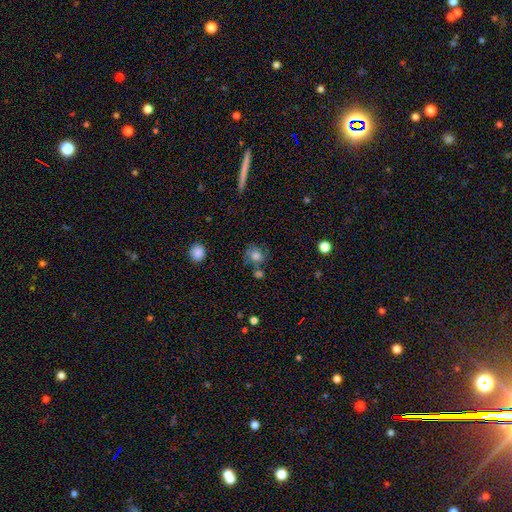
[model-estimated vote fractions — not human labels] The model was most divided on "merging": none: 58%, minor disturbance: 19%, merger: 13%, major disturbance: 10%. More confident: how rounded — round (79%); smooth or featured — smooth (67%).